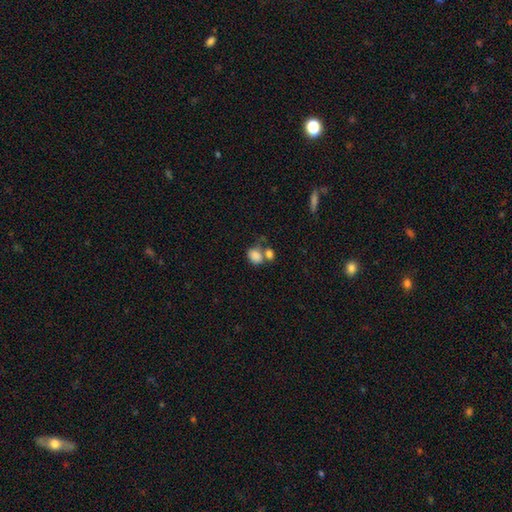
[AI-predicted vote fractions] A smooth galaxy with no disk features (82%) that is in between round and cigar-shaped (70%).

Vote fractions:
- Smooth or featured? smooth: 82% / star or artifact: 9% / featured or disk: 8%
- How rounded? in between: 70% / round: 29% / cigar-shaped: 1%
- Merging? merger: 47% / none: 33% / minor disturbance: 12% / major disturbance: 7%